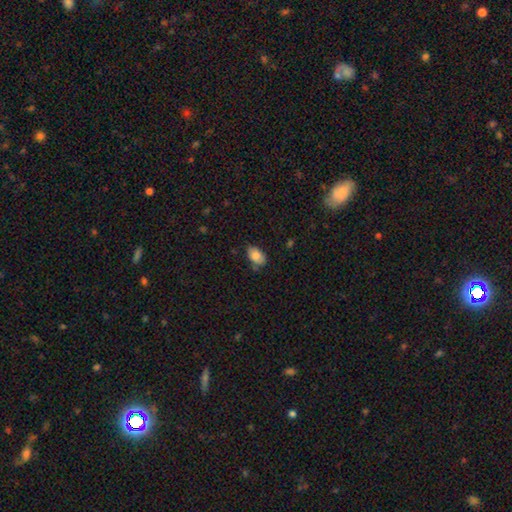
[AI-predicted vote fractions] The model was most divided on "merging": none: 66%, minor disturbance: 26%, major disturbance: 5%, merger: 3%. More confident: how rounded — in between (89%); smooth or featured — smooth (80%).